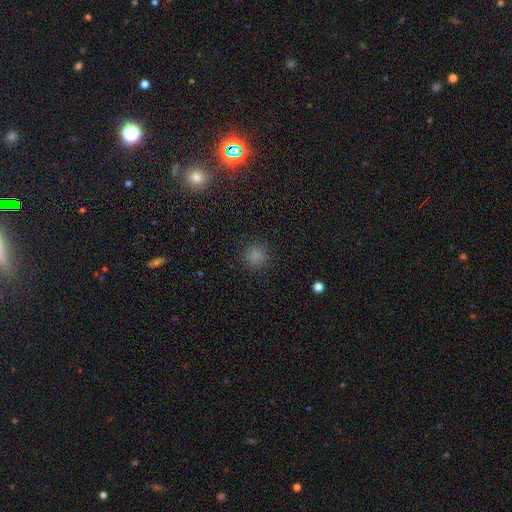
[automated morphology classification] Smooth or featured?
  - smooth: 82% *
  - star or artifact: 14%
  - featured or disk: 3%
How rounded?
  - round: 93% *
  - in between: 6%
  - cigar-shaped: 1%
Merging?
  - none: 90% *
  - minor disturbance: 7%
  - major disturbance: 3%
  - merger: 1%